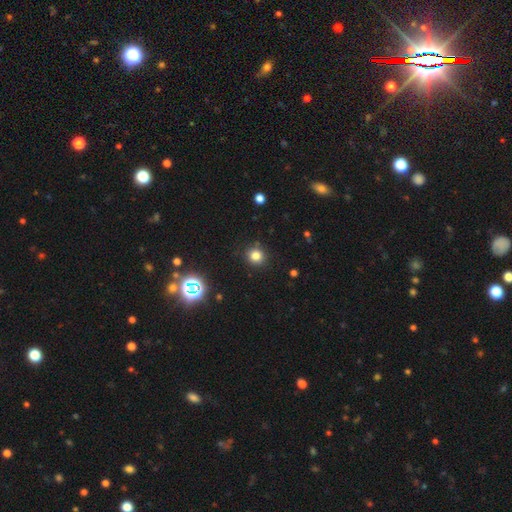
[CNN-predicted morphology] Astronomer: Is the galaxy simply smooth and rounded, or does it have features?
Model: smooth — 78%.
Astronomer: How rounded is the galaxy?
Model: round — 91%.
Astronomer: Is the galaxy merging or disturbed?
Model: none — 90%.